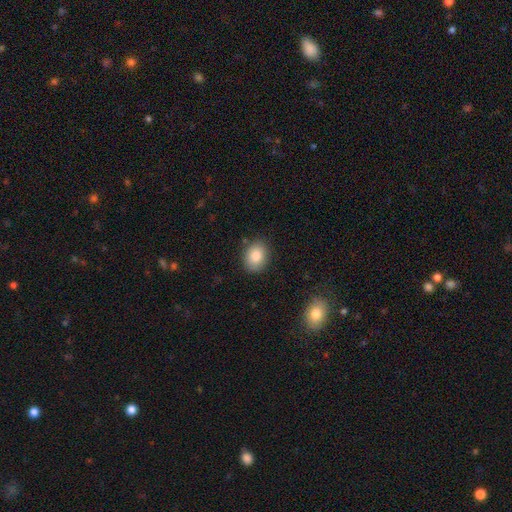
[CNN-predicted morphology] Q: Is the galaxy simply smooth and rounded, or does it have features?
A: smooth — 85%.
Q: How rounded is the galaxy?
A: in between — 62%.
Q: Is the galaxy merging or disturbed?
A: none — 84%.